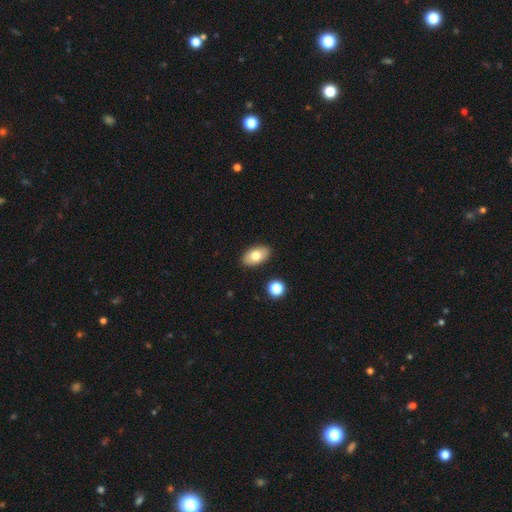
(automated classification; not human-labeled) The model was most divided on "smooth or featured": smooth: 76%, featured or disk: 16%, star or artifact: 8%. More confident: how rounded — in between (93%); merging — none (88%).